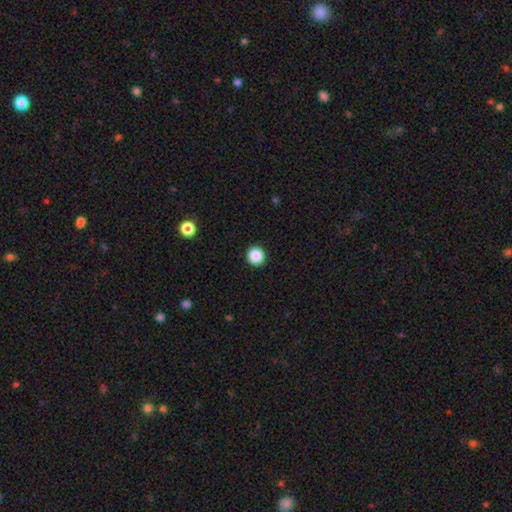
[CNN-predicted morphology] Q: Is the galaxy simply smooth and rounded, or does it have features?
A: smooth — 88%.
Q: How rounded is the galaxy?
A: round — 95%.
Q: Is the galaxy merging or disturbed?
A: none — 93%.